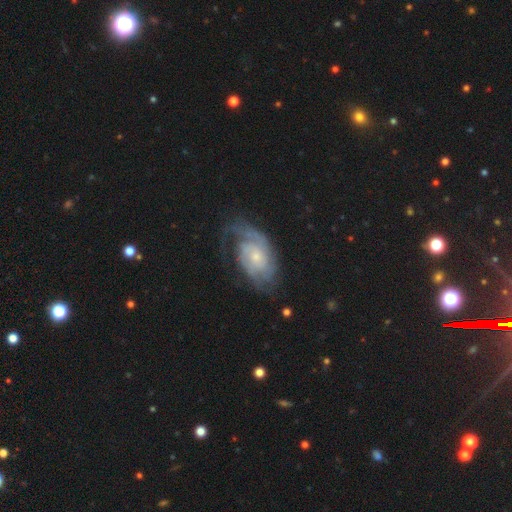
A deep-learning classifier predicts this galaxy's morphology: Smooth or featured: featured or disk — 85% (smooth — 10%)
Edge-on disk: no — 96% (yes — 4%)
Bar: no — 69% (weak — 26%)
Spiral arms: yes — 95% (no — 5%)
Spiral winding: tight — 52% (medium — 36%)
Spiral arm count: 2 — 42% (can't tell — 28%)
Bulge size: small — 58% (moderate — 34%)
Merging: none — 62% (minor disturbance — 21%)